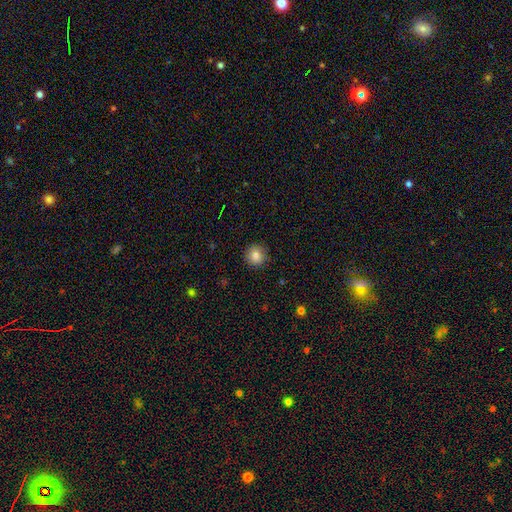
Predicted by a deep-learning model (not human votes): A smooth galaxy with no disk features (84%) that is round (93%).

Vote fractions:
- Smooth or featured? smooth: 84% / star or artifact: 10% / featured or disk: 6%
- How rounded? round: 93% / in between: 6% / cigar-shaped: 1%
- Merging? none: 90% / minor disturbance: 7% / major disturbance: 2% / merger: 1%